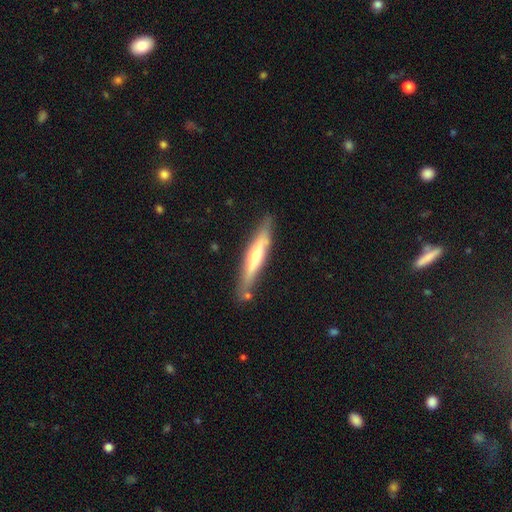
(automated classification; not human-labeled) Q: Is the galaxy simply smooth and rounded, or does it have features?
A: featured or disk — 60%.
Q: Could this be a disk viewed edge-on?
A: yes — 90%.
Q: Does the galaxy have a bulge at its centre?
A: rounded — 81%.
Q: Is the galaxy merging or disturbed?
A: none — 81%.